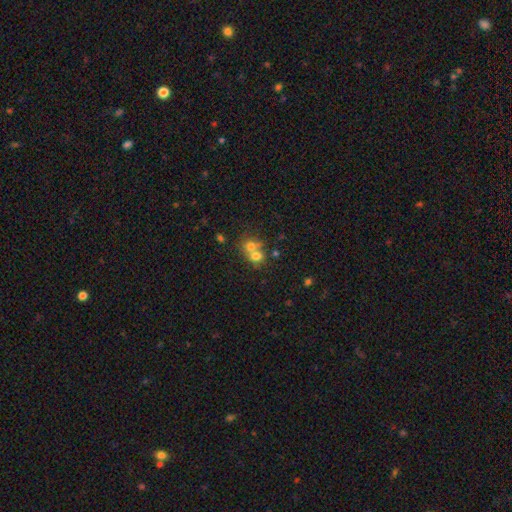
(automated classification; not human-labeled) Smooth or featured? Predicted: smooth (p=0.69). How rounded? Predicted: round (p=0.67). Merging? Predicted: merger (p=0.65).